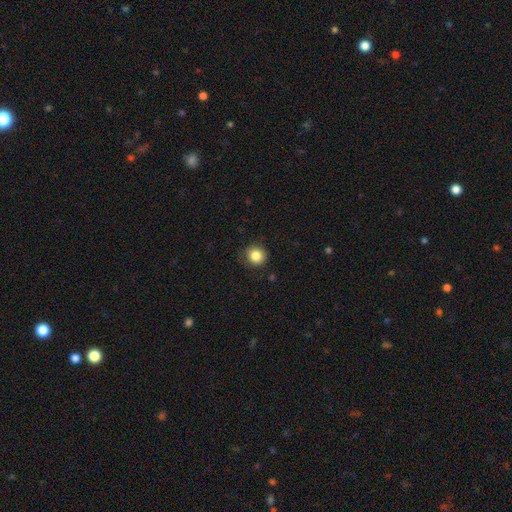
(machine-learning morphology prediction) Overall: smooth (85%). How rounded: round (88%). Merging: none (85%).